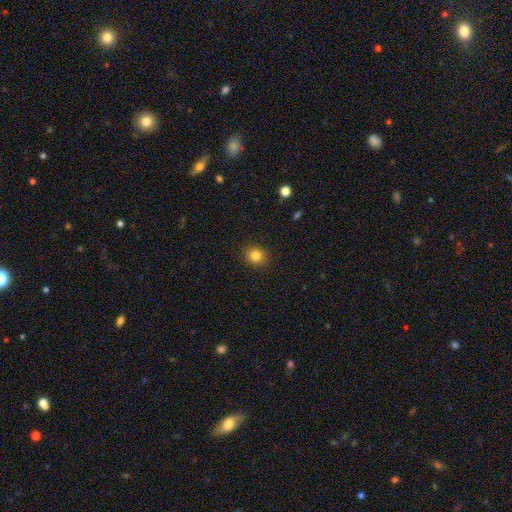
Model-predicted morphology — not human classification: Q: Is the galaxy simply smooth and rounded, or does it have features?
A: smooth — 83%.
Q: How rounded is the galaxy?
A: round — 76%.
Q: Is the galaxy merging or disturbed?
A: none — 90%.